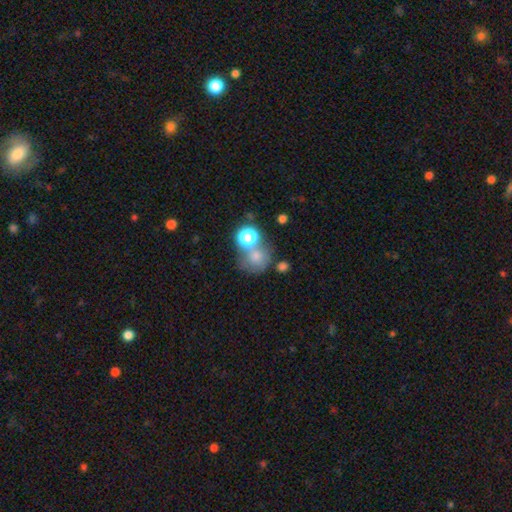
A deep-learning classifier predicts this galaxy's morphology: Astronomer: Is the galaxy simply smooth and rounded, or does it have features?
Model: smooth — 68%.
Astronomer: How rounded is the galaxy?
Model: round — 75%.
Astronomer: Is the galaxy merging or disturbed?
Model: merger — 38%, tied with none at 38%.